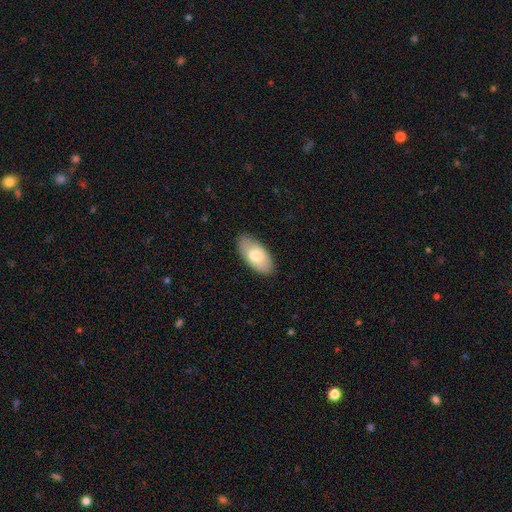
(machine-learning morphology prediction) smooth-or-featured: smooth: 72% | featured or disk: 22% | star or artifact: 6%
  how-rounded: in between: 93% | cigar-shaped: 4% | round: 3%
  merging: none: 84% | minor disturbance: 12% | major disturbance: 2% | merger: 1%